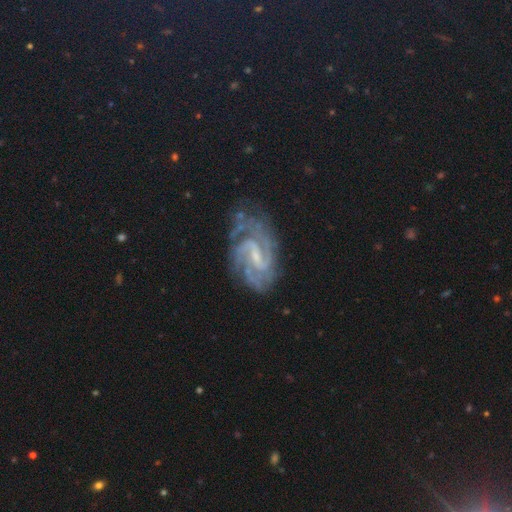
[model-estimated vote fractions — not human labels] Smooth or featured? Predicted: featured or disk (p=0.90). Edge-on disk? Predicted: no (p=0.97). Bar? Predicted: weak (p=0.55). Spiral arms? Predicted: yes (p=0.98). Spiral winding? Predicted: medium (p=0.45). Spiral arm count? Predicted: 2 (p=0.39). Bulge size? Predicted: small (p=0.60). Merging? Predicted: none (p=0.69).